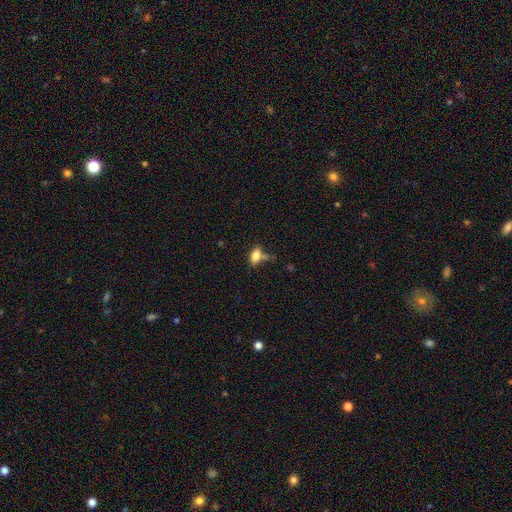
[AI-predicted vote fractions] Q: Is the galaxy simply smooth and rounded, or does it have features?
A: smooth — 76%.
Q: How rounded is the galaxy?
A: in between — 83%.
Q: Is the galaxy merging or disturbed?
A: none — 45%.